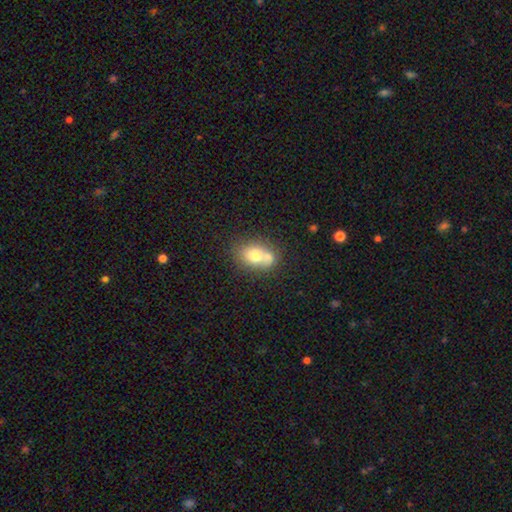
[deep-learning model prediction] This appears to be a smooth galaxy with no disk features (70%) that is in between round and cigar-shaped (64%). Merging: merger (41%).